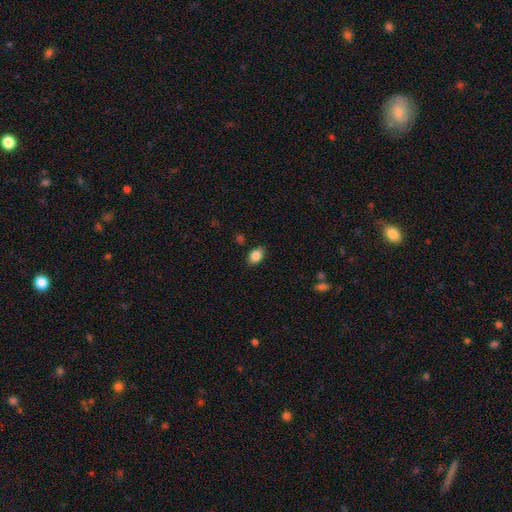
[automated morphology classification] Smooth or featured? Predicted: smooth (p=0.85). How rounded? Predicted: in between (p=0.83). Merging? Predicted: none (p=0.85).